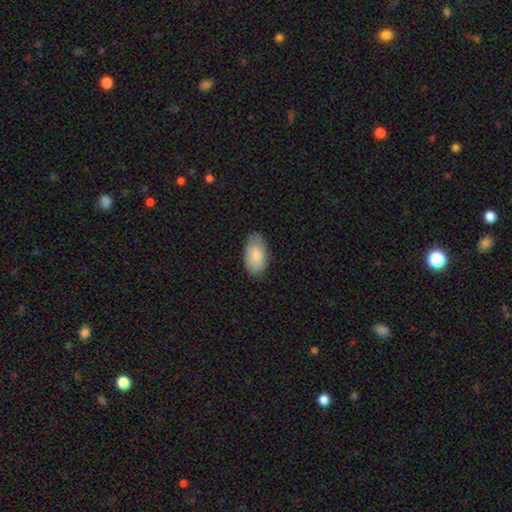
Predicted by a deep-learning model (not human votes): Overall: smooth (86%). How rounded: in between (95%). Merging: none (79%).